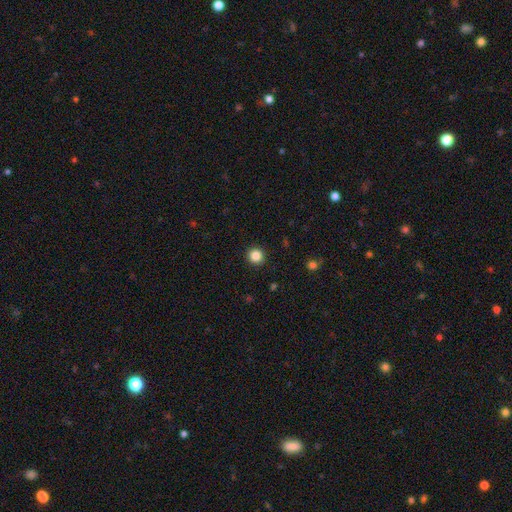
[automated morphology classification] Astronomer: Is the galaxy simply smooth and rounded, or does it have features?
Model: smooth — 86%.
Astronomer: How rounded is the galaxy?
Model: round — 95%.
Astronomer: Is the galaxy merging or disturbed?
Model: none — 93%.